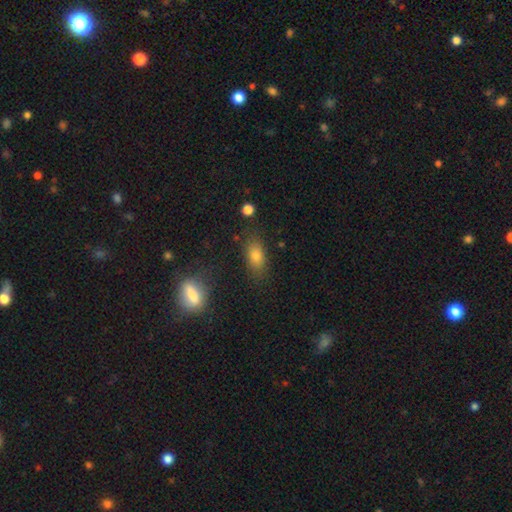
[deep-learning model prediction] Smooth or featured?
  - smooth: 77% *
  - featured or disk: 12%
  - star or artifact: 11%
How rounded?
  - in between: 79% *
  - round: 11%
  - cigar-shaped: 10%
Merging?
  - none: 79% *
  - minor disturbance: 13%
  - major disturbance: 4%
  - merger: 3%